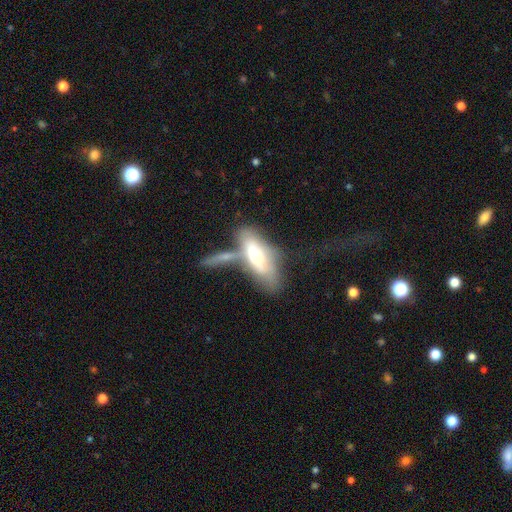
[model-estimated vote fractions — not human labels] Q: Smooth or featured?
A: smooth (49%); runner-up: featured or disk (44%)
Q: Merging?
A: merger (41%); runner-up: none (28%)